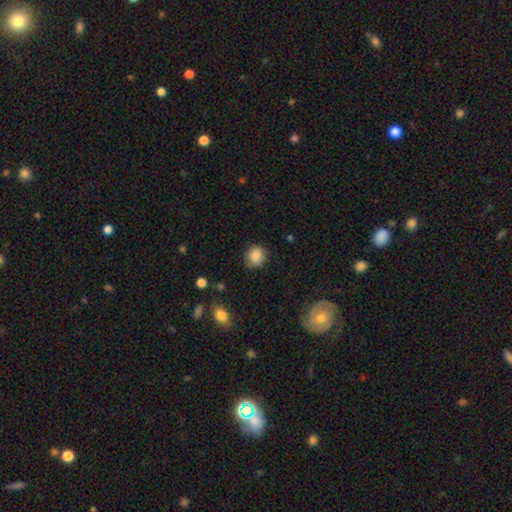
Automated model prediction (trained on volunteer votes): This appears to be a smooth galaxy with no disk features (85%) that is round (88%). Merging: none (85%).